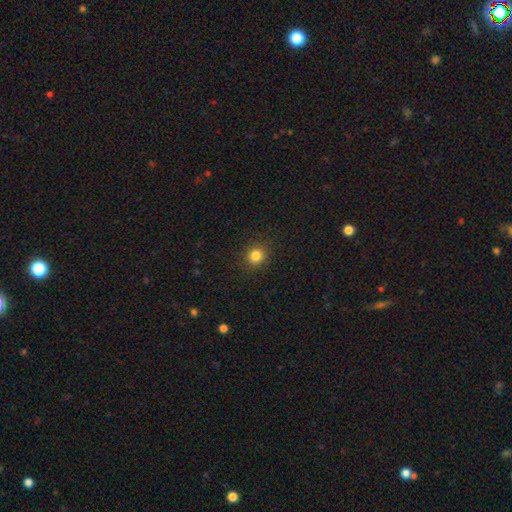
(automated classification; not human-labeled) Q: Smooth or featured?
A: smooth (83%); runner-up: star or artifact (12%)
Q: How rounded?
A: round (87%); runner-up: in between (12%)
Q: Merging?
A: none (90%); runner-up: minor disturbance (7%)